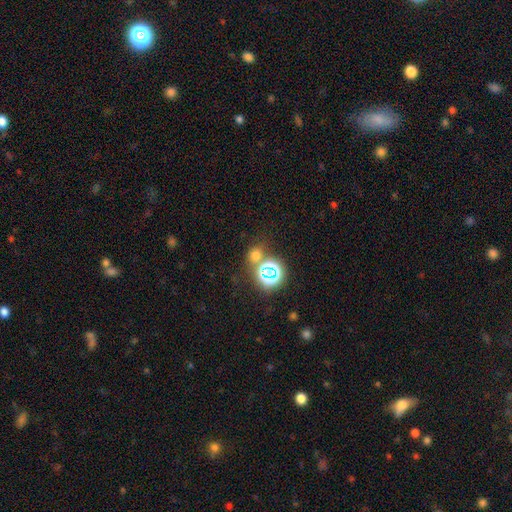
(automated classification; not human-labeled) Smooth or featured? smooth (59%)
How rounded? round (76%)
Merging? none (66%)